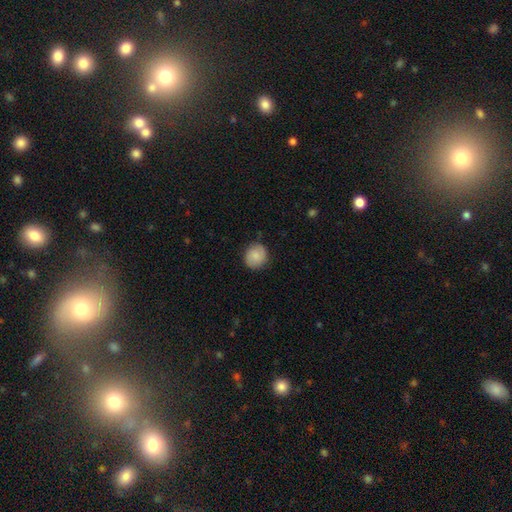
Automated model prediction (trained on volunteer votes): smooth 80%, featured or disk 12%, star or artifact 7%. Down the decision tree: how rounded — round (83%); merging — none (84%).